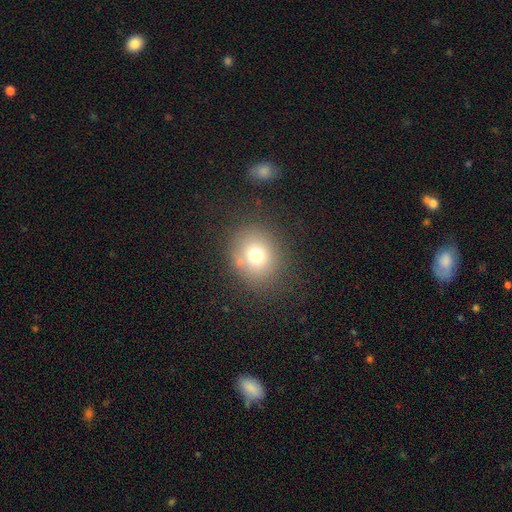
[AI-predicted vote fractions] The model was most divided on "smooth or featured": smooth: 72%, star or artifact: 15%, featured or disk: 13%. More confident: merging — none (80%); how rounded — round (79%).